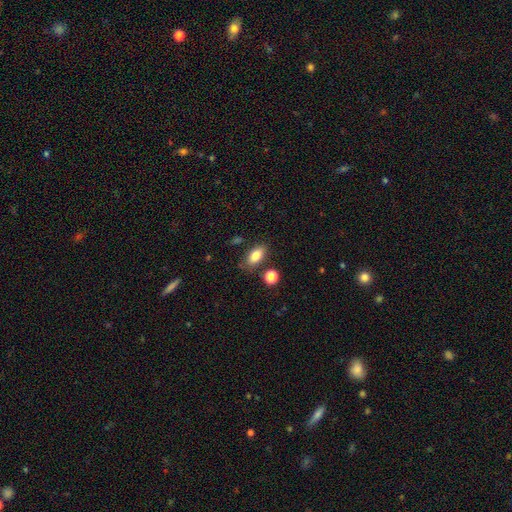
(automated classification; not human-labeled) Q: Smooth or featured?
A: smooth (83%); runner-up: featured or disk (9%)
Q: How rounded?
A: in between (88%); runner-up: round (7%)
Q: Merging?
A: none (79%); runner-up: minor disturbance (13%)